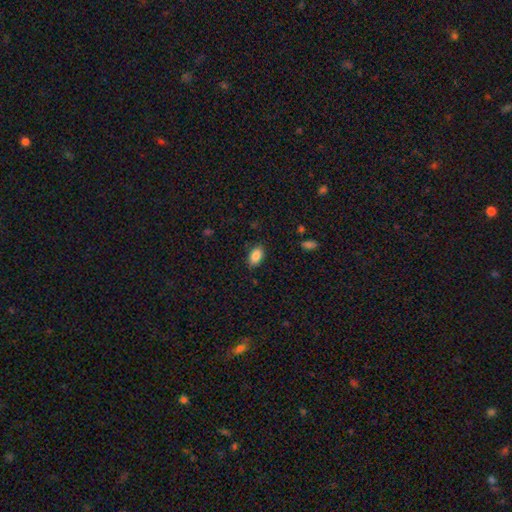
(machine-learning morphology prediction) type=smooth (86%); roundness=in between (91%); merging=none (85%).